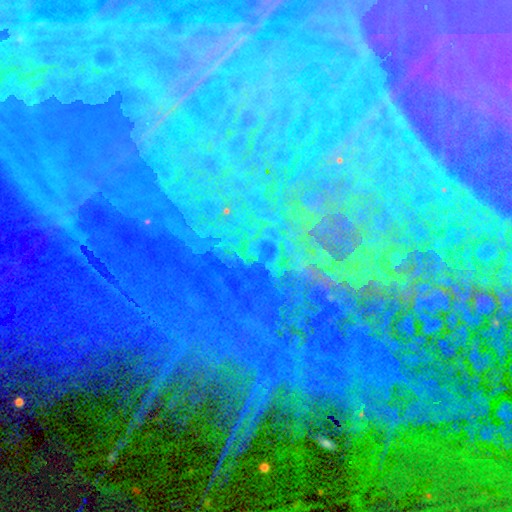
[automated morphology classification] The model was most divided on "smooth or featured": star or artifact: 83%, featured or disk: 9%, smooth: 7%.